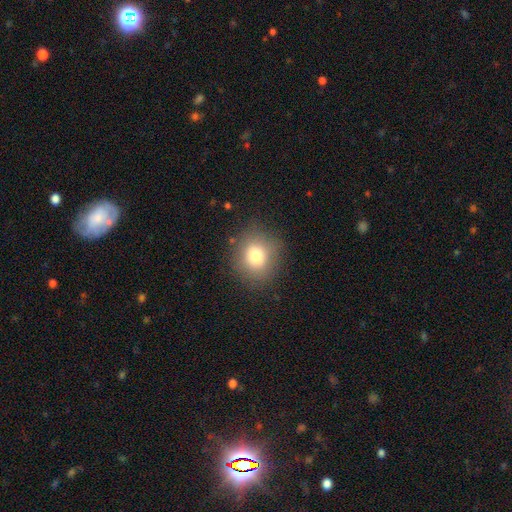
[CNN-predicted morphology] Overall: smooth (78%). How rounded: round (79%). Merging: none (84%).